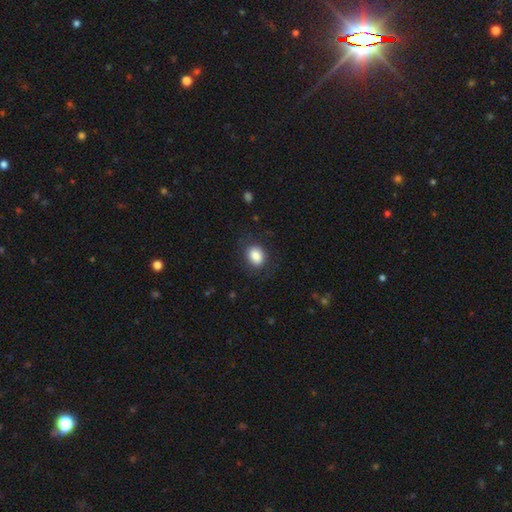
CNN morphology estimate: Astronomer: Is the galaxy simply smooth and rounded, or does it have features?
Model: smooth — 86%.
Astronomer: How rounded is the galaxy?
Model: in between — 60% (runner-up: round, 40%).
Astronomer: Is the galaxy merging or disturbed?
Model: none — 80%.